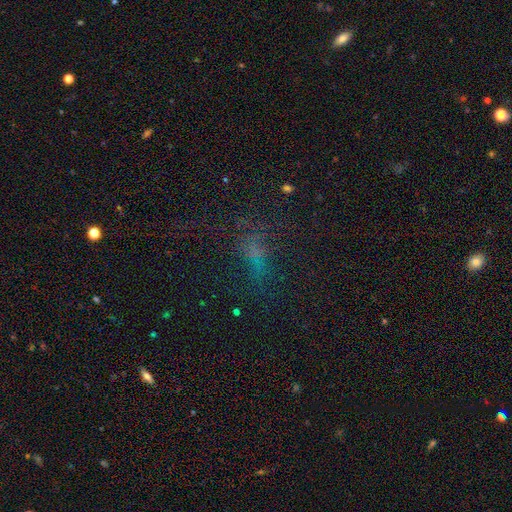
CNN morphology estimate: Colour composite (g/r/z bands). It shows a star or artifact, not a galaxy (40%).